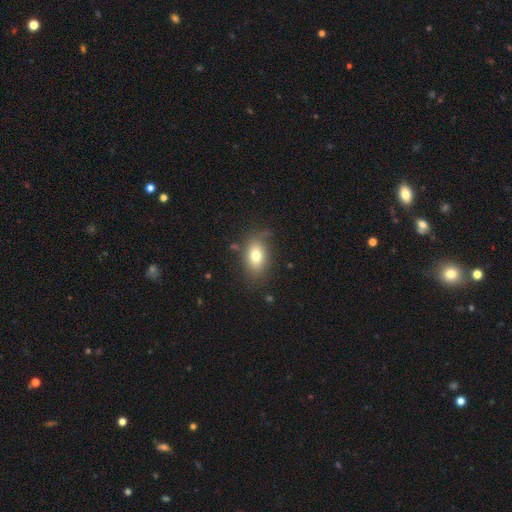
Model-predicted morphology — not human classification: A smooth galaxy with no disk features (75%) that is in between round and cigar-shaped (85%). Merging: none (73%).